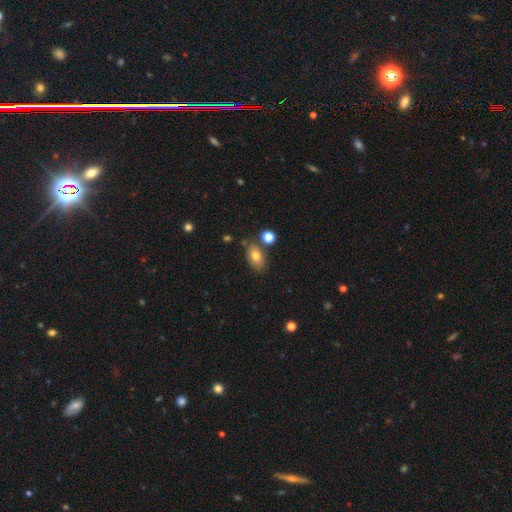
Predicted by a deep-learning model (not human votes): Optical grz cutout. It shows a smooth galaxy with no disk features (77%) that is in between round and cigar-shaped (86%). Merging: none (70%).